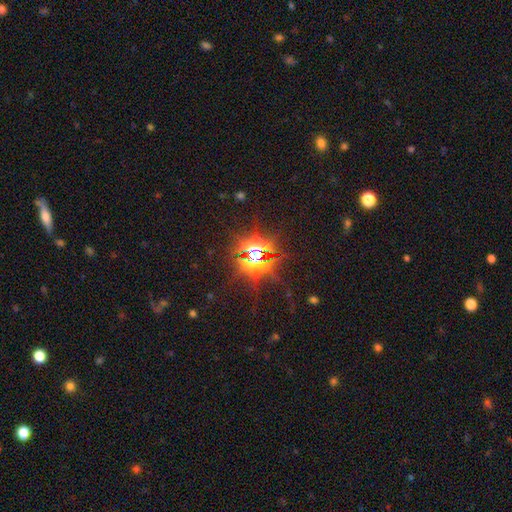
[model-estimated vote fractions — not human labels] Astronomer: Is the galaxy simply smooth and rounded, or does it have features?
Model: star or artifact — 81%.